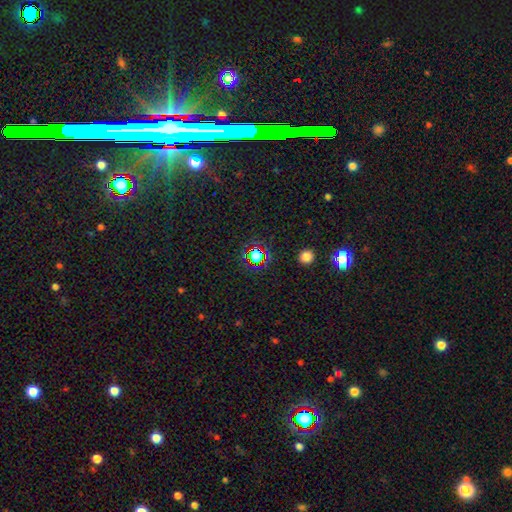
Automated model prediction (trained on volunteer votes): This is likely a star or artifact rather than a galaxy (65%).